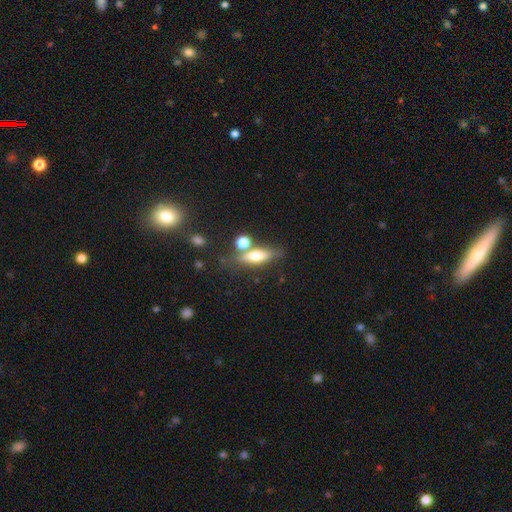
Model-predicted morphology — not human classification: smooth_or_featured: smooth (p=0.58) [alt: featured or disk p=0.32]
how_rounded: in between (p=0.53) [alt: cigar-shaped p=0.40]
merging: none (p=0.61) [alt: merger p=0.19]